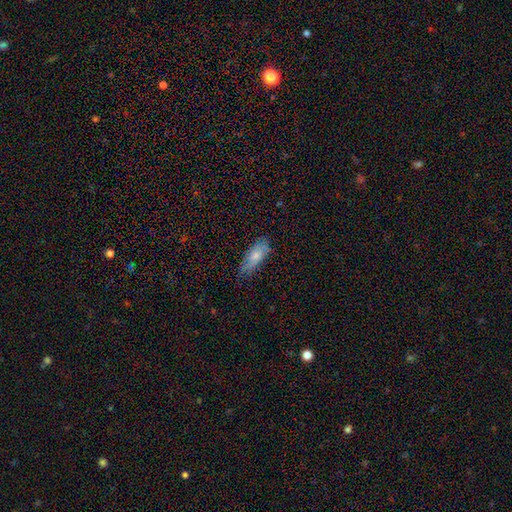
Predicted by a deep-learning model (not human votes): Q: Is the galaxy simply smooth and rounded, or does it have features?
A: smooth — 72%.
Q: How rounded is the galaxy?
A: in between — 78%.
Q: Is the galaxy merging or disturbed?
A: none — 67%.